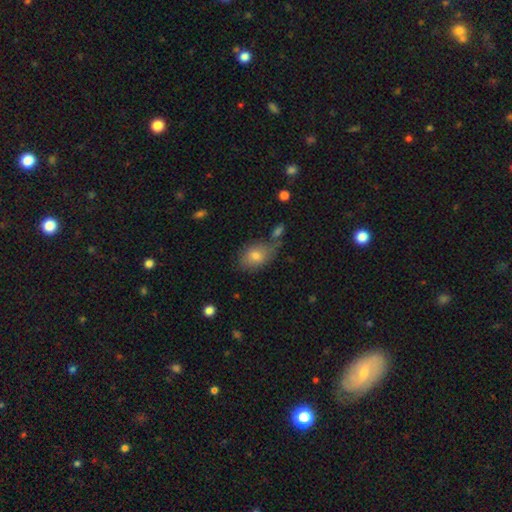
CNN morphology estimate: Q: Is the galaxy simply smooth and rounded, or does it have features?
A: smooth — 77%.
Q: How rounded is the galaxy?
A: in between — 78%.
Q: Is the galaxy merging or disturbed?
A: none — 61%.